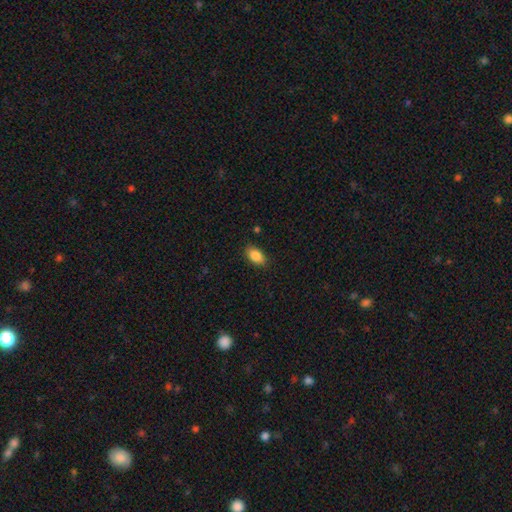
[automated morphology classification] This is clearly a smooth galaxy (86%). How rounded: clearly in between (90%). Merging: clearly none (86%).